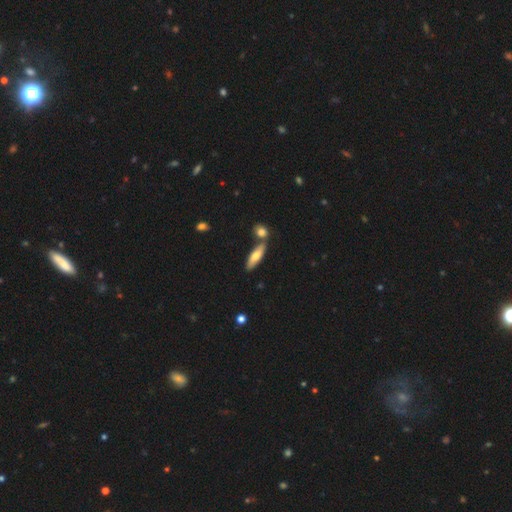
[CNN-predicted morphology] A smooth galaxy with no disk features (70%) that is cigar-shaped (54%). Merging: none (68%).